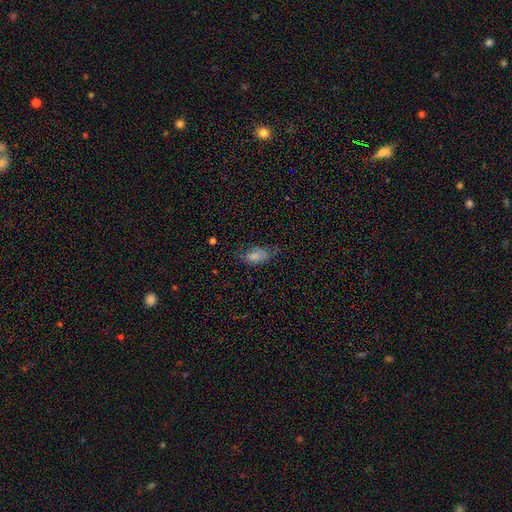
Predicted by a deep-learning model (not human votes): This is likely a smooth galaxy (72%). How rounded: clearly in between (91%). Merging: possibly none (53%).